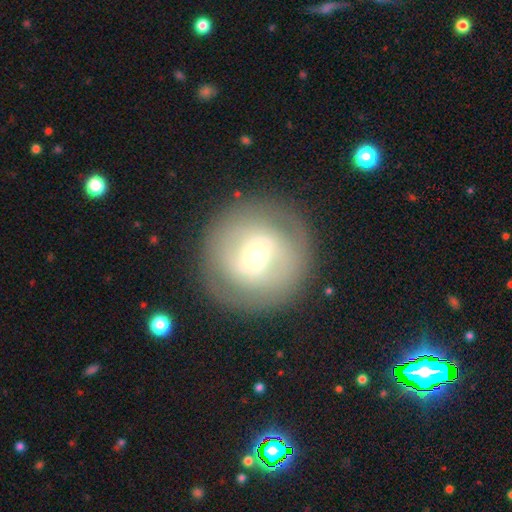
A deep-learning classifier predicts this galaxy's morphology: A featured or disk galaxy (49%).

Vote fractions:
- Smooth or featured? featured or disk: 49% / smooth: 42% / star or artifact: 9%
- Merging? none: 85% / minor disturbance: 9% / major disturbance: 5% / merger: 1%